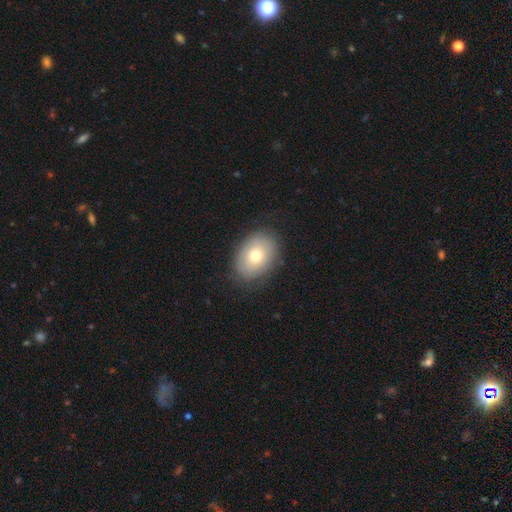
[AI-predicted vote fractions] Morphology: type=smooth (70%); roundness=in between (78%); merging=none (83%).